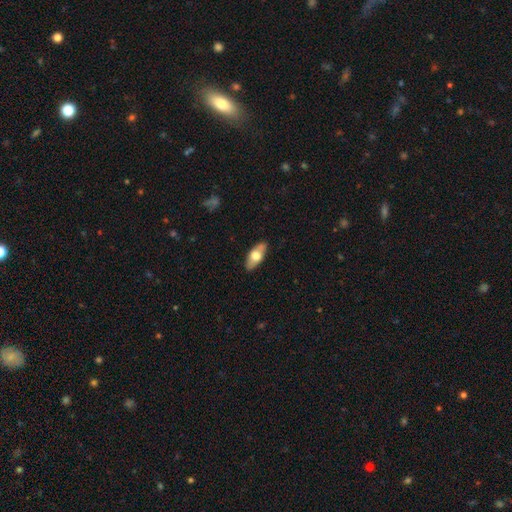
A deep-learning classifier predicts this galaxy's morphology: Smooth or featured: smooth — 59% (featured or disk — 36%)
How rounded: in between — 80% (cigar-shaped — 16%)
Merging: none — 84% (minor disturbance — 12%)